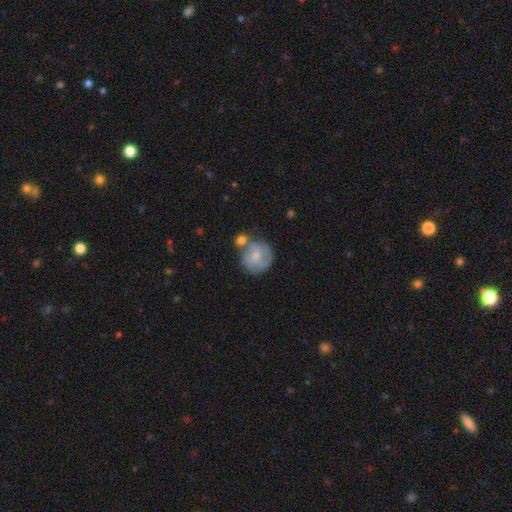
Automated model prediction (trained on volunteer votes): This is possibly a featured or disk galaxy (56%). It is clearly not viewed edge-on (98%). Bar: likely no (66%). Spiral arm pattern: clearly yes (80%). Central bulge: possibly small (53%). Merging: possibly none (52%).